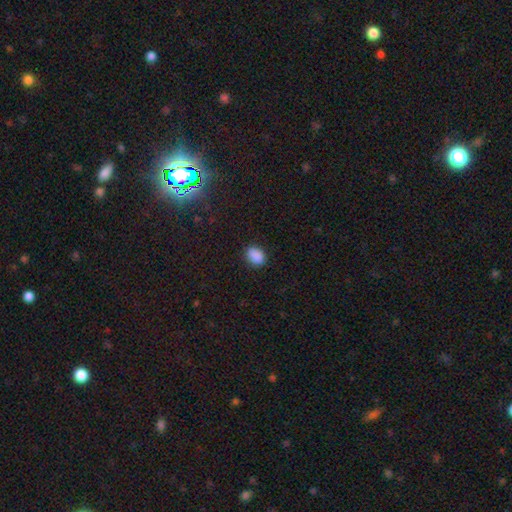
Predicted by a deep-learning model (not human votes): Morphology: type=smooth (88%); roundness=in between (71%); merging=none (84%).